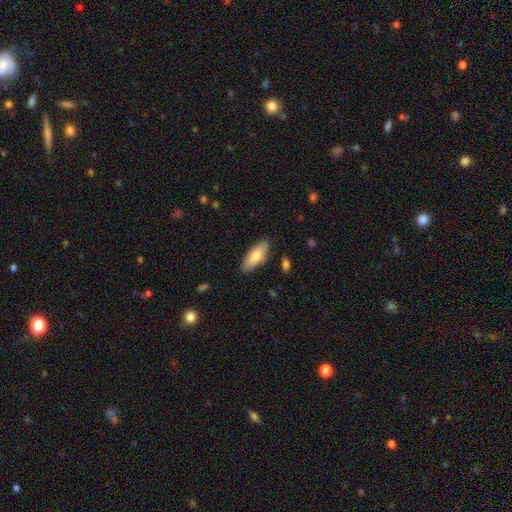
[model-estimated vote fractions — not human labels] smooth-or-featured: smooth: 76% | featured or disk: 18% | star or artifact: 6%
  how-rounded: in between: 70% | cigar-shaped: 28% | round: 2%
  merging: none: 86% | minor disturbance: 11% | major disturbance: 2% | merger: 2%